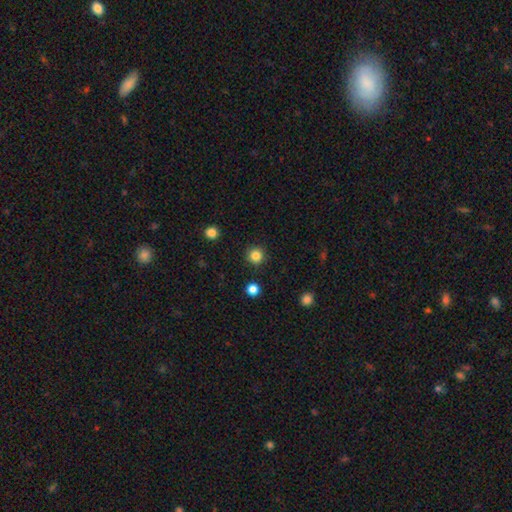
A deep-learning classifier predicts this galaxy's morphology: This appears to be a smooth galaxy with no disk features (83%) that is round (95%). Merging: none (92%).